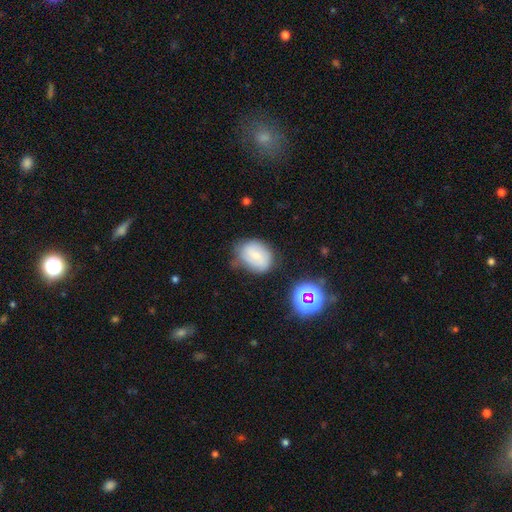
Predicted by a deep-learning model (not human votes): Smooth or featured?
  - smooth: 59% *
  - featured or disk: 29%
  - star or artifact: 11%
How rounded?
  - in between: 63% *
  - round: 36%
  - cigar-shaped: 1%
Merging?
  - none: 57% *
  - minor disturbance: 29%
  - major disturbance: 9%
  - merger: 4%